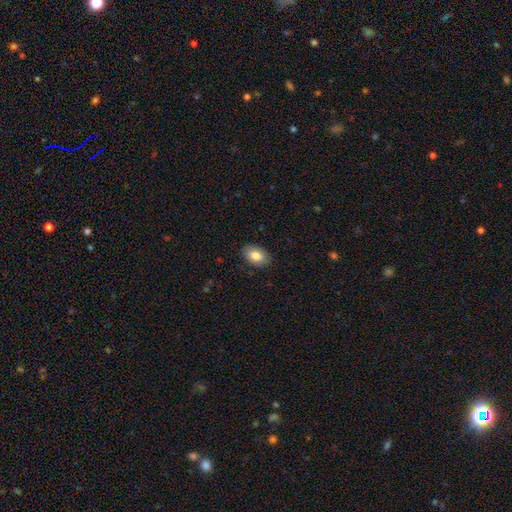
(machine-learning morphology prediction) Overall: smooth (84%). How rounded: in between (89%). Merging: none (87%).